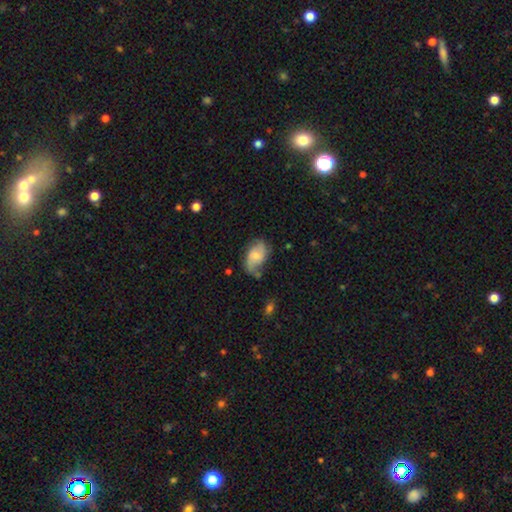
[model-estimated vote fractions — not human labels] Overall: smooth (47%; featured or disk 45%). Merging: none (47%; minor disturbance 32%).